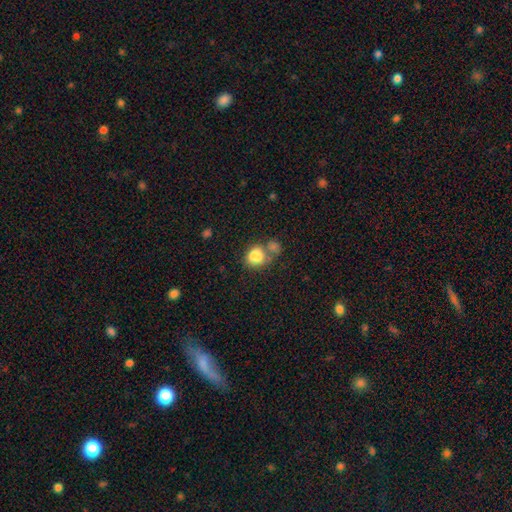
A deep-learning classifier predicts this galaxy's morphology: smooth-or-featured: smooth: 83% | star or artifact: 9% | featured or disk: 8%
  how-rounded: round: 60% | in between: 39% | cigar-shaped: 1%
  merging: merger: 40% | none: 39% | minor disturbance: 14% | major disturbance: 7%